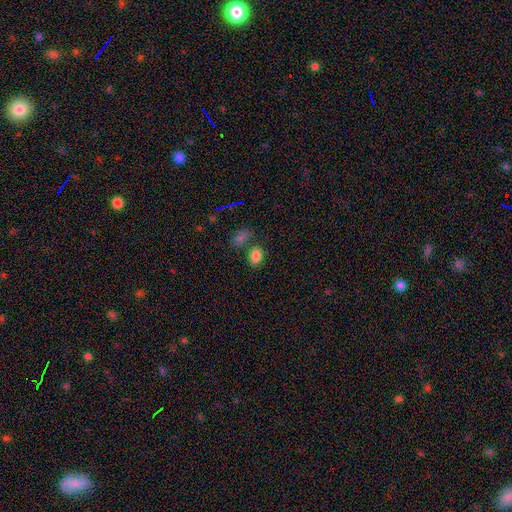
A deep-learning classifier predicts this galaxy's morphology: The model was most divided on "merging": none: 69%, merger: 14%, minor disturbance: 13%, major disturbance: 4%. More confident: smooth or featured — smooth (83%); how rounded — in between (79%).